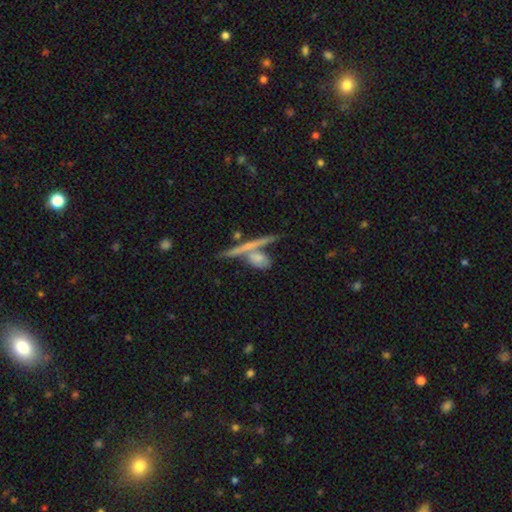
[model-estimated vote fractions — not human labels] smooth_or_featured: smooth (p=0.53) [alt: featured or disk p=0.37]
how_rounded: cigar-shaped (p=0.57) [alt: in between p=0.28]
merging: none (p=0.48) [alt: merger p=0.36]